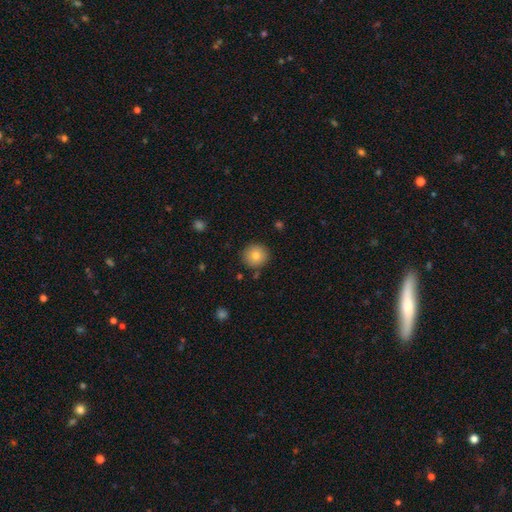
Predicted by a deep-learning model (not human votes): Morphology: type=smooth (81%); roundness=round (93%); merging=none (88%).